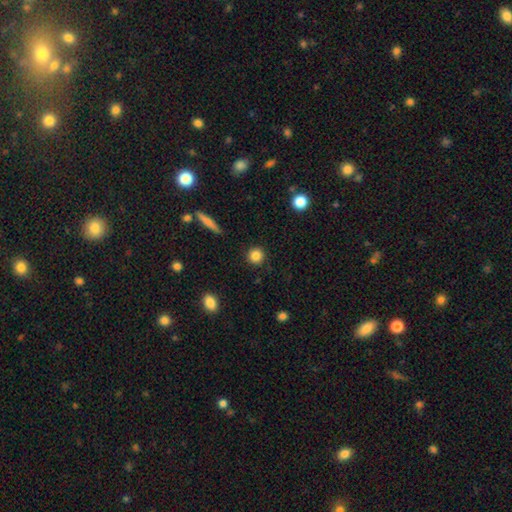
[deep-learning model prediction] Smooth or featured? smooth (85%)
How rounded? round (92%)
Merging? none (91%)